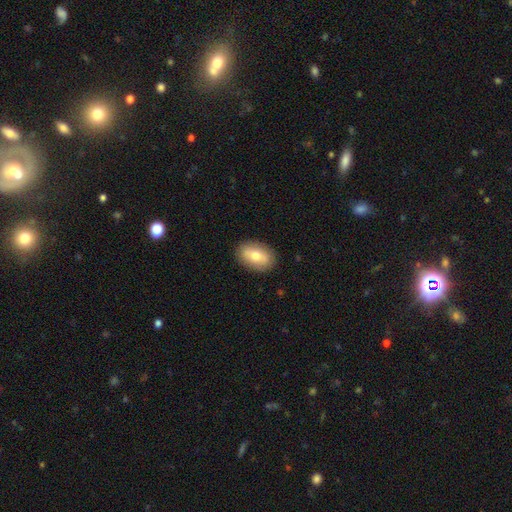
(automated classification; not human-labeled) smooth 70%, featured or disk 23%, star or artifact 7%. Down the decision tree: how rounded — in between (85%); merging — none (88%).